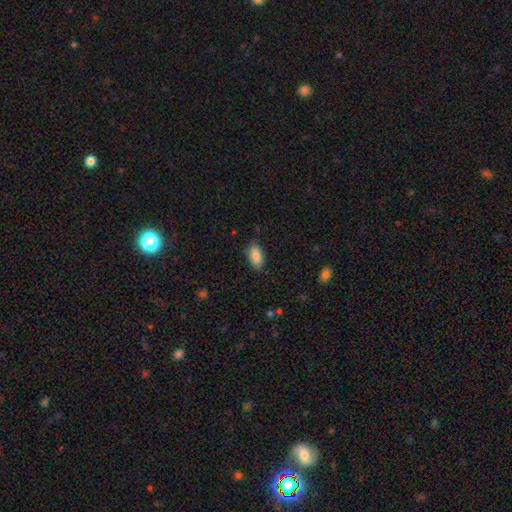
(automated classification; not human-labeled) Overall: smooth (86%). How rounded: in between (90%). Merging: none (83%).